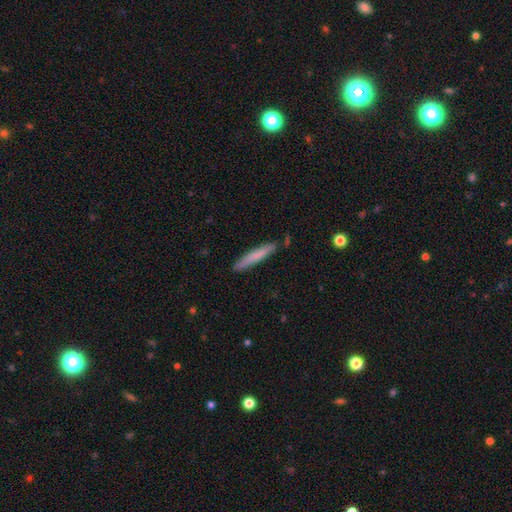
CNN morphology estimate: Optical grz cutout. It shows a smooth galaxy with no disk features (73%) that is cigar-shaped (95%). Merging: none (85%).